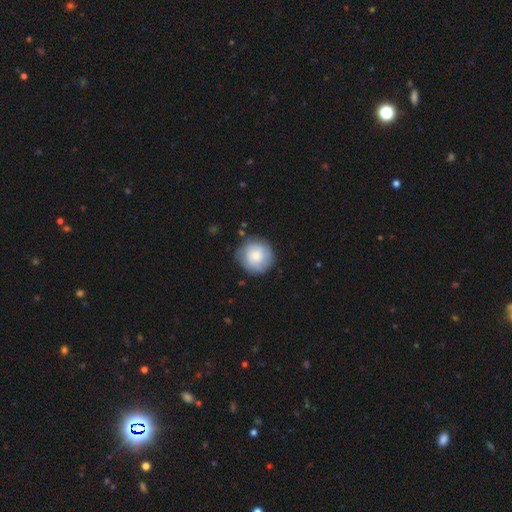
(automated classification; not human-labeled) Overall: smooth (70%). How rounded: round (94%). Merging: none (82%).